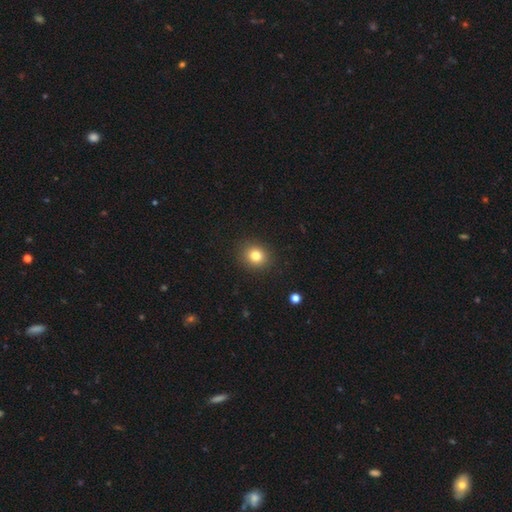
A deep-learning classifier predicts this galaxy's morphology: type=smooth (80%); roundness=round (76%); merging=none (90%).